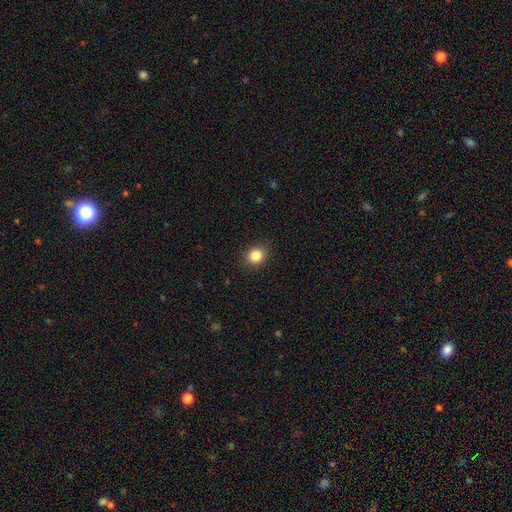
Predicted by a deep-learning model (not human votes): The model was most divided on "how rounded": round: 75%, in between: 25%, cigar-shaped: 1%. More confident: merging — none (90%); smooth or featured — smooth (84%).